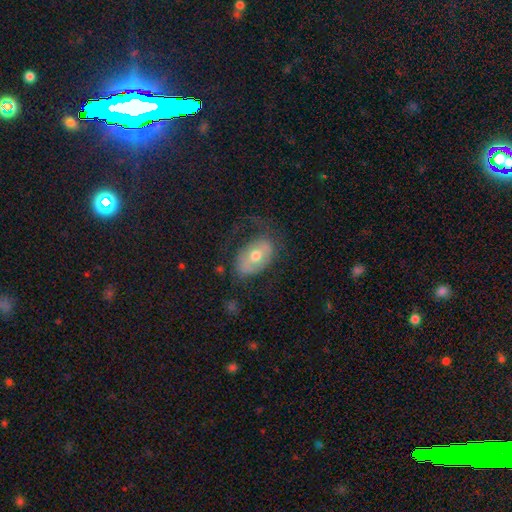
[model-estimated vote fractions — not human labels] The model was most divided on "smooth or featured": featured or disk: 47%, smooth: 46%, star or artifact: 7%. More confident: merging — none (51%).